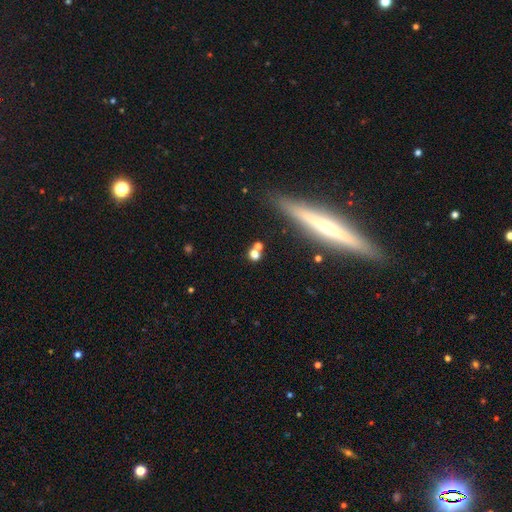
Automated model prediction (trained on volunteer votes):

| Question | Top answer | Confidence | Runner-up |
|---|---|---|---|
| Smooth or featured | smooth | 65% | star or artifact (22%) |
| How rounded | round | 77% | in between (18%) |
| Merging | none | 64% | merger (22%) |